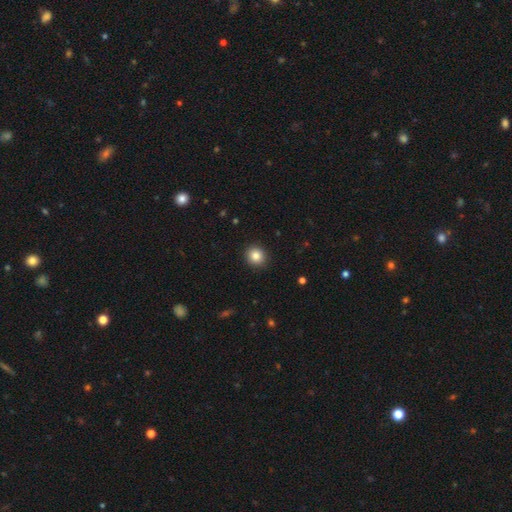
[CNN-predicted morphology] Smooth or featured? Predicted: smooth (p=0.85). How rounded? Predicted: round (p=0.88). Merging? Predicted: none (p=0.92).